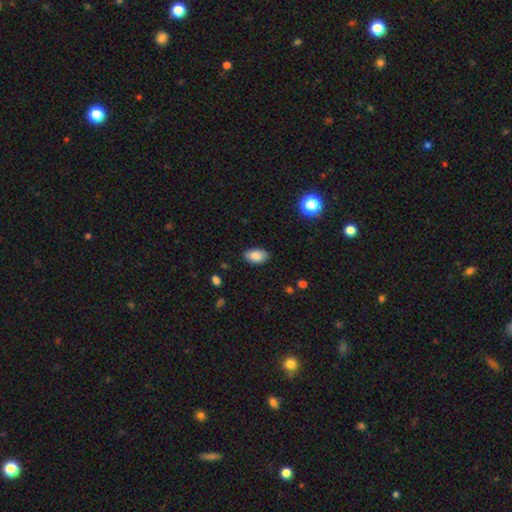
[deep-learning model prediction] smooth 86%, star or artifact 8%, featured or disk 6%. Down the decision tree: how rounded — in between (93%); merging — none (85%).